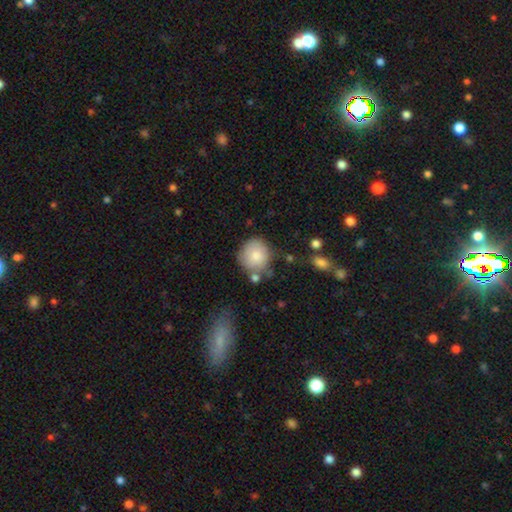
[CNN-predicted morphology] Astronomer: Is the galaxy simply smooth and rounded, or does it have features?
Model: smooth — 81%.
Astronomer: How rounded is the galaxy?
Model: round — 86%.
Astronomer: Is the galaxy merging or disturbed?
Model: none — 65%.